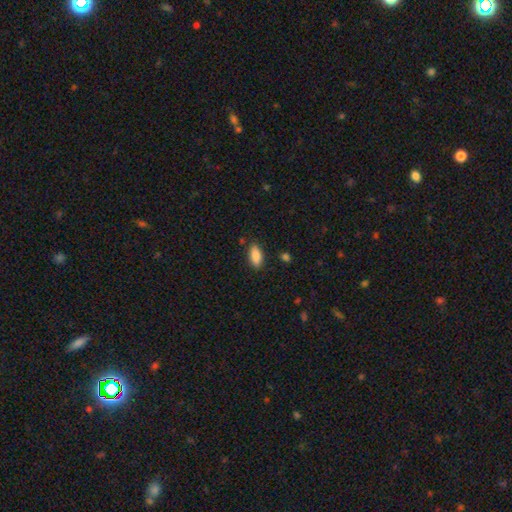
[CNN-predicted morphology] This appears to be a smooth galaxy with no disk features (88%) that is in between round and cigar-shaped (86%). Merging: none (84%).